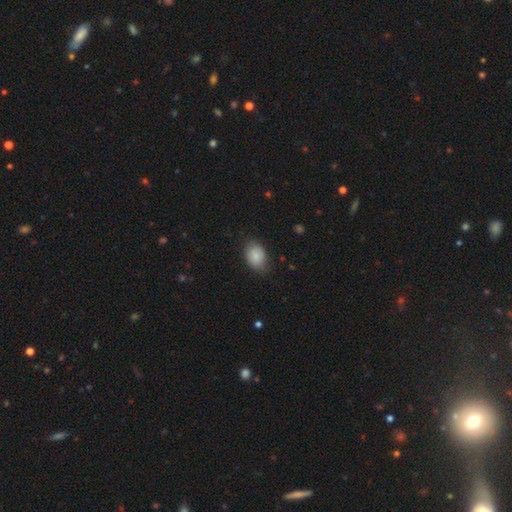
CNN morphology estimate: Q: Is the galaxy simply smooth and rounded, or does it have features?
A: smooth — 86%.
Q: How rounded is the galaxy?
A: in between — 81%.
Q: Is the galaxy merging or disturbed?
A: none — 77%.